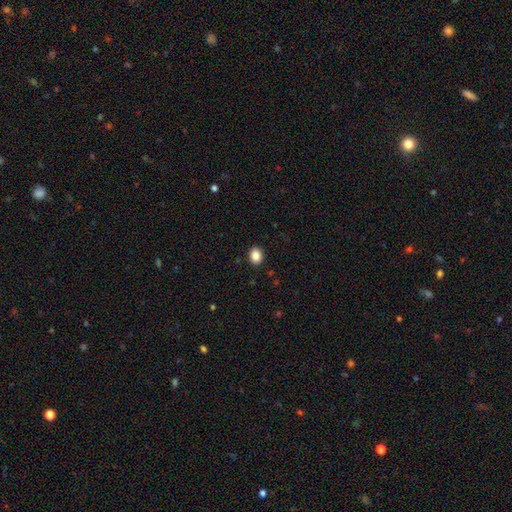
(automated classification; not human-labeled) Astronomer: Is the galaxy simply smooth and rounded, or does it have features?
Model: smooth — 87%.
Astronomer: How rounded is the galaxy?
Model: in between — 56% (runner-up: round, 43%).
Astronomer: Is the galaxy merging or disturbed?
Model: none — 90%.